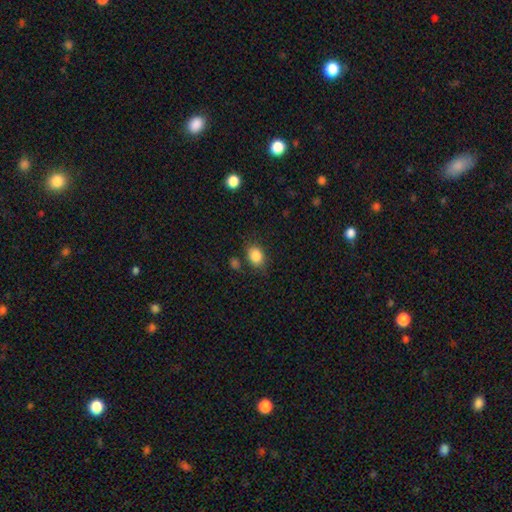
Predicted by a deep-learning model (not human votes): Smooth or featured?
  - smooth: 86% *
  - star or artifact: 9%
  - featured or disk: 5%
How rounded?
  - in between: 60% *
  - round: 39%
  - cigar-shaped: 1%
Merging?
  - none: 77% *
  - minor disturbance: 14%
  - merger: 5%
  - major disturbance: 4%